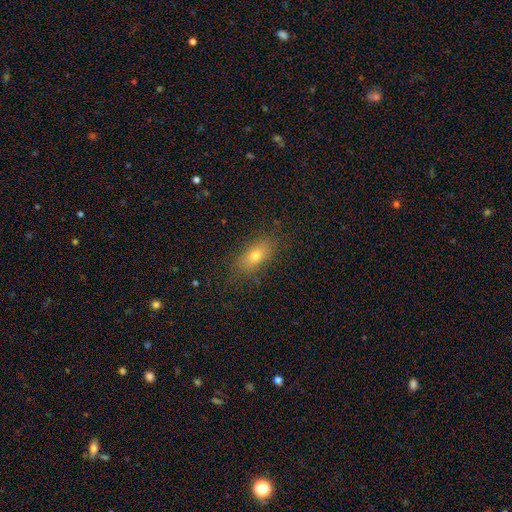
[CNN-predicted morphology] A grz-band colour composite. It shows a smooth galaxy with no disk features (74%) that is in between round and cigar-shaped (80%). Merging: none (83%).